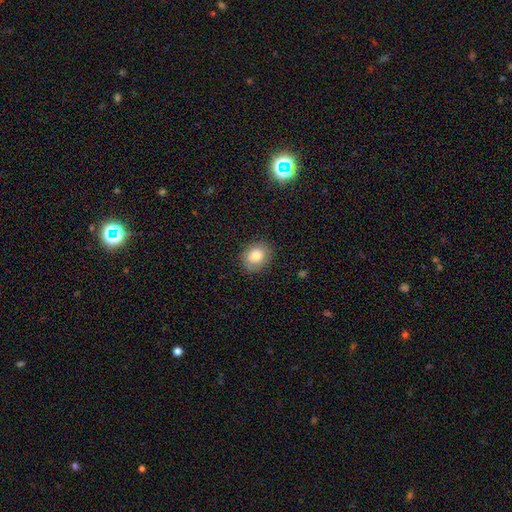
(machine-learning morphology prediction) A smooth galaxy with no disk features (81%) that is round (56%). Merging: none (83%).